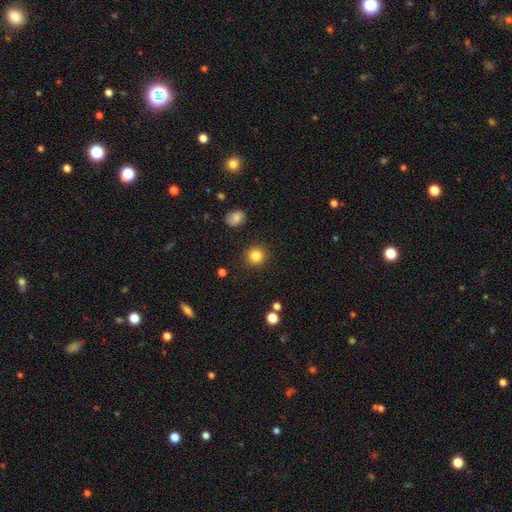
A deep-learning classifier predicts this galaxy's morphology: Smooth or featured: smooth — 85% (star or artifact — 10%)
How rounded: round — 92% (in between — 7%)
Merging: none — 91% (minor disturbance — 6%)